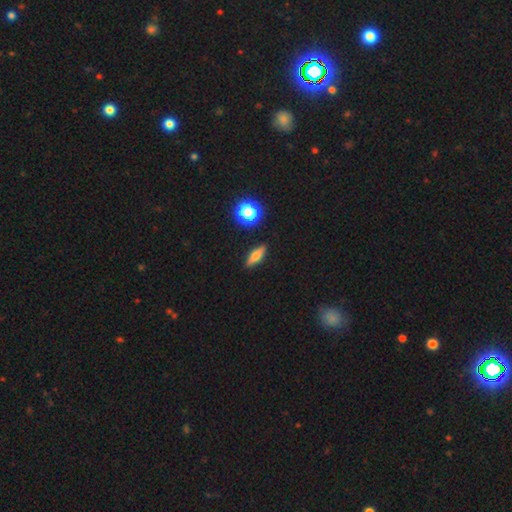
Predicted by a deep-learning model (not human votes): smooth-or-featured: smooth: 57% | featured or disk: 32% | star or artifact: 10%
  how-rounded: cigar-shaped: 48% | in between: 43% | round: 9%
  merging: none: 88% | minor disturbance: 8% | major disturbance: 2% | merger: 2%